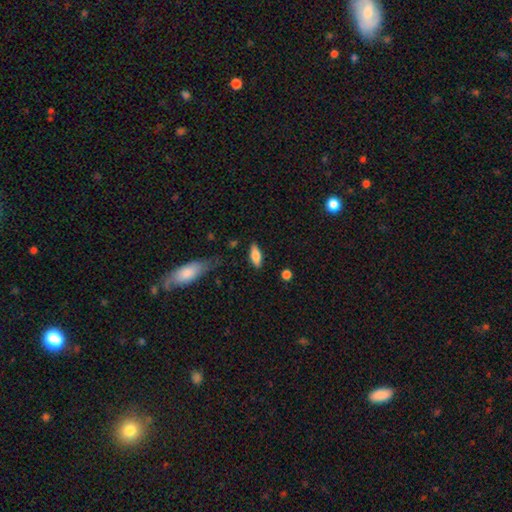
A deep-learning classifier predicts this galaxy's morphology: Smooth or featured: smooth — 75% (featured or disk — 19%)
How rounded: in between — 74% (cigar-shaped — 24%)
Merging: none — 82% (minor disturbance — 13%)